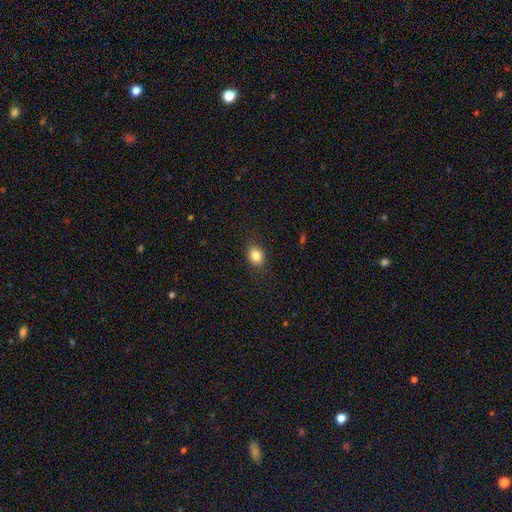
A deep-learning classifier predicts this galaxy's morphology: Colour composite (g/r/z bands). It shows a smooth galaxy with no disk features (83%) that is round (50%). Merging: none (84%).